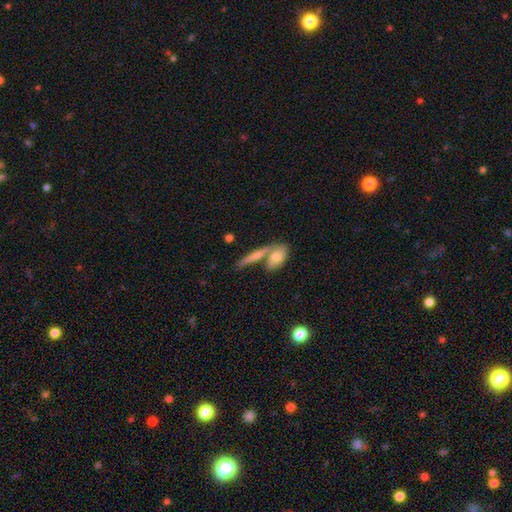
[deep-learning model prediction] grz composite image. It shows a smooth galaxy with no disk features (62%) that is cigar-shaped (65%). Merging: none (50%).